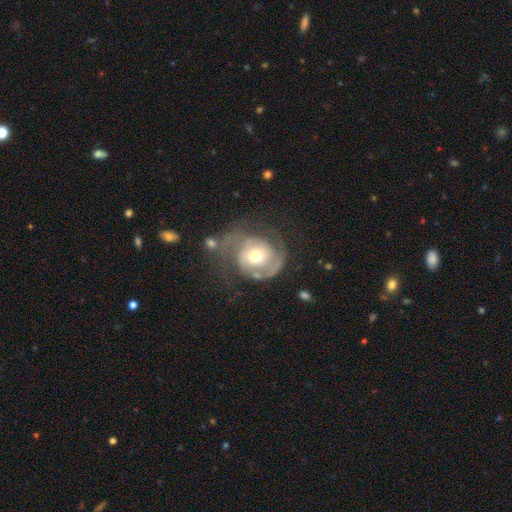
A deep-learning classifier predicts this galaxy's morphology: Q: Smooth or featured?
A: featured or disk (71%); runner-up: smooth (22%)
Q: Edge-on disk?
A: no (97%); runner-up: yes (3%)
Q: Bar?
A: no (74%); runner-up: weak (21%)
Q: Spiral arms?
A: yes (83%); runner-up: no (17%)
Q: Spiral winding?
A: tight (44%); runner-up: medium (37%)
Q: Spiral arm count?
A: 2 (51%); runner-up: 1 (22%)
Q: Bulge size?
A: moderate (67%); runner-up: small (22%)
Q: Merging?
A: none (43%); runner-up: major disturbance (31%)